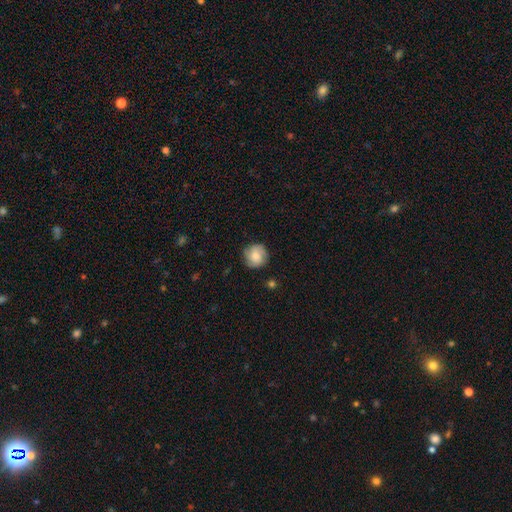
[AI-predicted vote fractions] Overall: smooth (69%). How rounded: round (91%). Merging: none (81%).